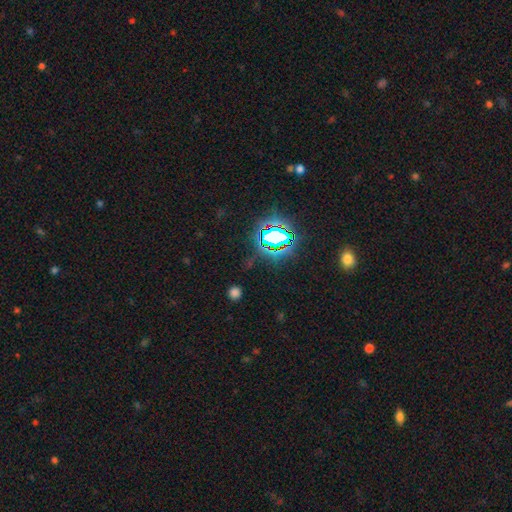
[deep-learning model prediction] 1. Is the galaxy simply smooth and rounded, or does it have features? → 78% star or artifact, 15% smooth, 8% featured or disk.